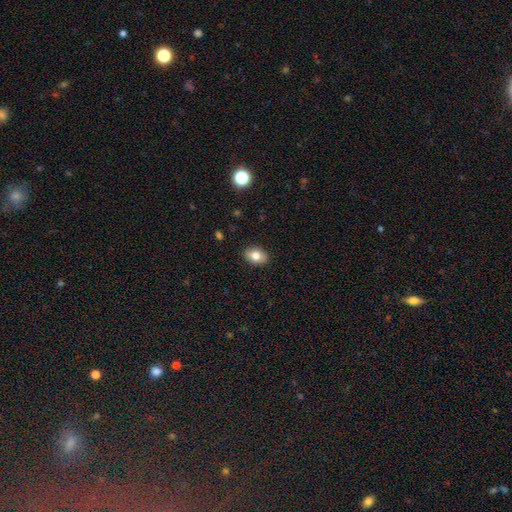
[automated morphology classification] The model was most divided on "how rounded": in between: 79%, round: 20%, cigar-shaped: 1%. More confident: merging — none (89%); smooth or featured — smooth (79%).